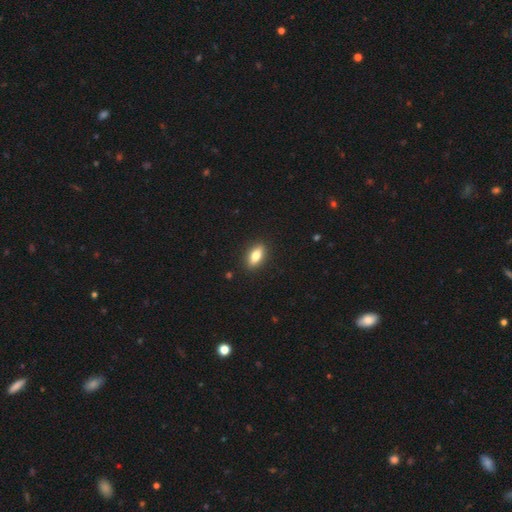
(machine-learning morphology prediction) Smooth or featured? Predicted: smooth (p=0.75). How rounded? Predicted: in between (p=0.82). Merging? Predicted: none (p=0.90).